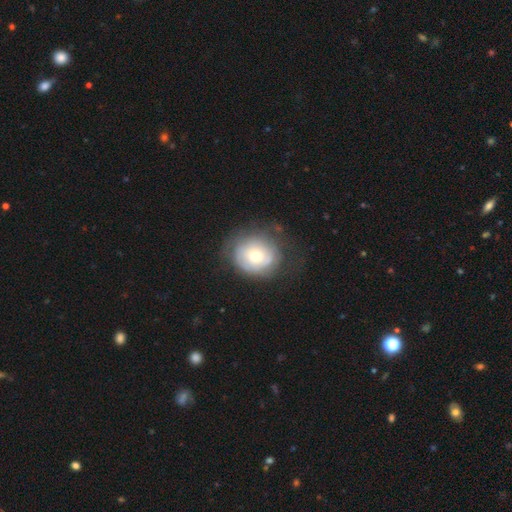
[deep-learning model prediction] Smooth or featured?
  - smooth: 49% *
  - featured or disk: 43%
  - star or artifact: 8%
Merging?
  - none: 61% *
  - minor disturbance: 23%
  - major disturbance: 15%
  - merger: 2%